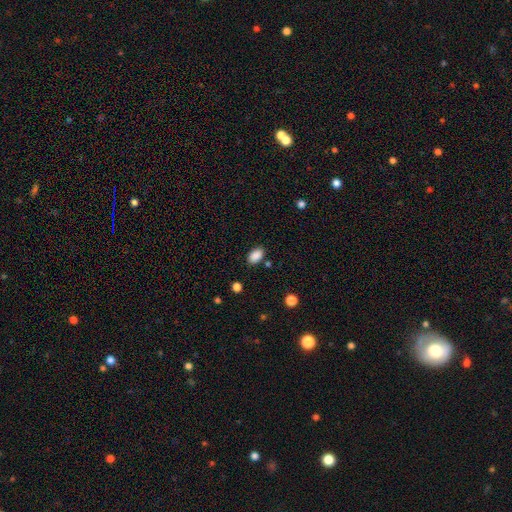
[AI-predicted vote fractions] This is clearly a smooth galaxy (88%). How rounded: clearly in between (90%). Merging: clearly none (85%).